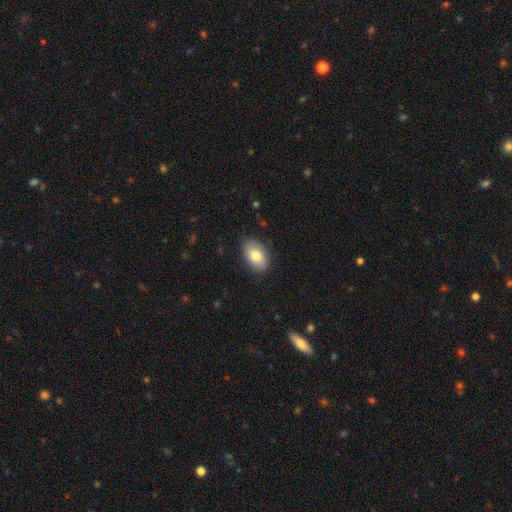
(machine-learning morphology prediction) A smooth galaxy with no disk features (80%) that is in between round and cigar-shaped (91%).

Vote fractions:
- Smooth or featured? smooth: 80% / featured or disk: 13% / star or artifact: 6%
- How rounded? in between: 91% / round: 8% / cigar-shaped: 1%
- Merging? none: 84% / minor disturbance: 13% / major disturbance: 3% / merger: 1%